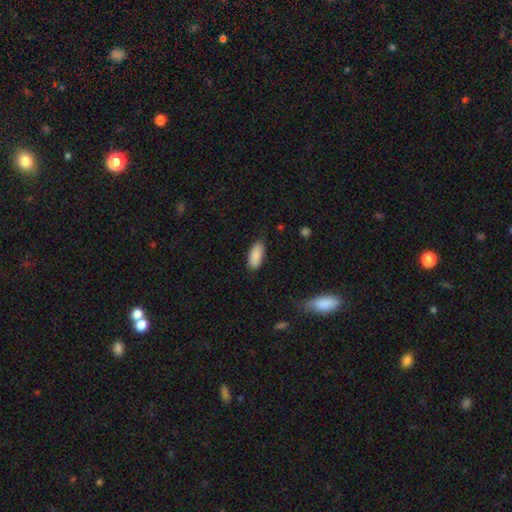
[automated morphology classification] A smooth galaxy with no disk features (89%) that is in between round and cigar-shaped (88%). Merging: none (82%).